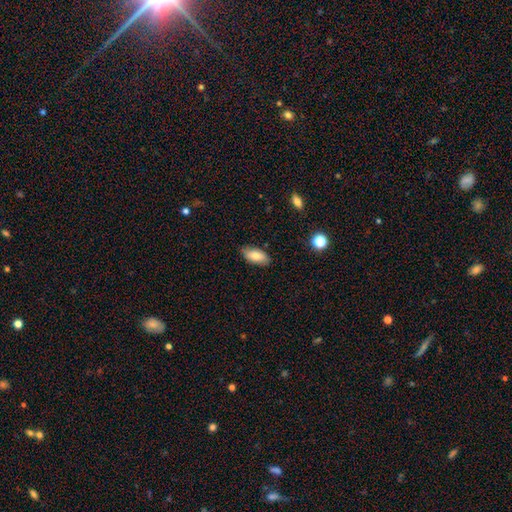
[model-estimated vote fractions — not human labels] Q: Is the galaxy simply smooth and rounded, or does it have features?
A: smooth — 78%.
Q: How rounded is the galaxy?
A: in between — 90%.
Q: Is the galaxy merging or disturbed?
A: none — 84%.